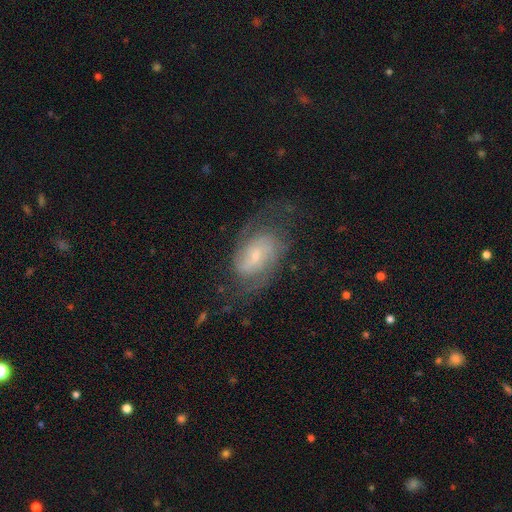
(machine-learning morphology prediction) smooth_or_featured: featured or disk (p=0.79) [alt: smooth p=0.14]
disk_edge_on: no (p=0.96) [alt: yes p=0.04]
bar: weak (p=0.46) [alt: no p=0.42]
has_spiral_arms: yes (p=0.93) [alt: no p=0.07]
spiral_winding: medium (p=0.46) [alt: tight p=0.35]
spiral_arm_count: 2 (p=0.68) [alt: can't tell p=0.17]
bulge_size: small (p=0.60) [alt: moderate p=0.29]
merging: none (p=0.64) [alt: minor disturbance p=0.19]